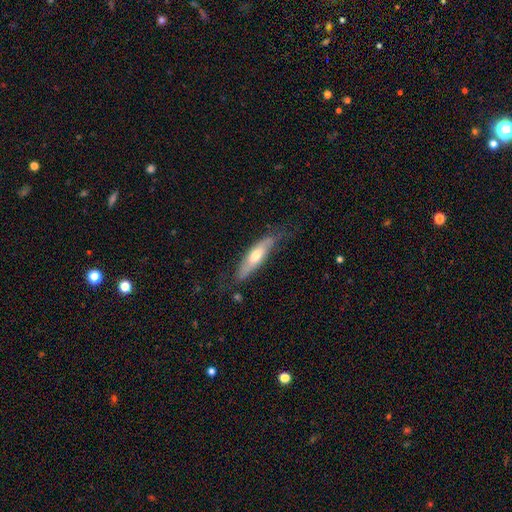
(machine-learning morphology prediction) Smooth or featured?
  - smooth: 50% *
  - featured or disk: 44%
  - star or artifact: 6%
Merging?
  - none: 64% *
  - minor disturbance: 26%
  - major disturbance: 8%
  - merger: 2%